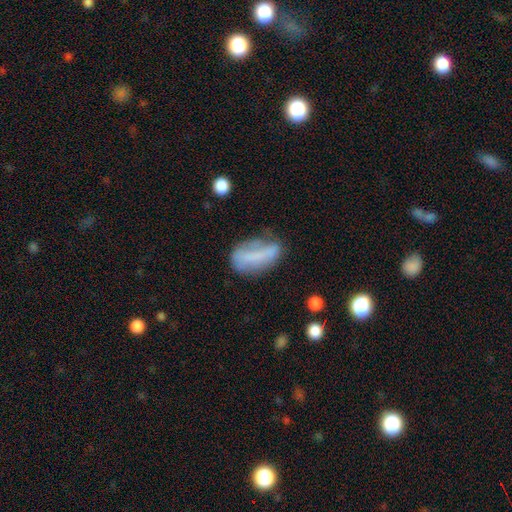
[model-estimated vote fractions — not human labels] Smooth or featured: smooth — 62% (featured or disk — 28%)
How rounded: in between — 76% (cigar-shaped — 19%)
Merging: none — 46% (minor disturbance — 31%)